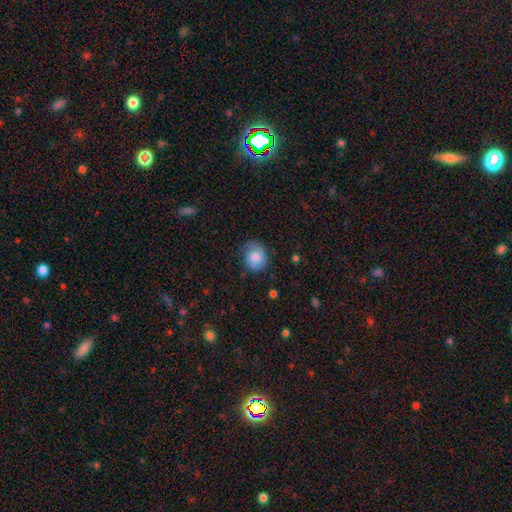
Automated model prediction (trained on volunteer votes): Smooth or featured?
  - smooth: 76% *
  - featured or disk: 16%
  - star or artifact: 8%
How rounded?
  - round: 68% *
  - in between: 31%
  - cigar-shaped: 1%
Merging?
  - none: 65% *
  - minor disturbance: 26%
  - major disturbance: 8%
  - merger: 1%